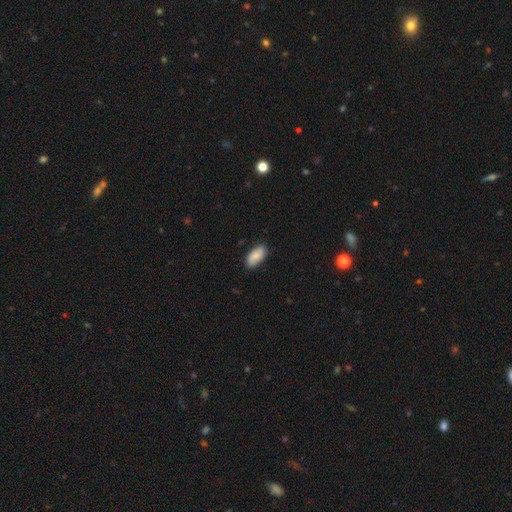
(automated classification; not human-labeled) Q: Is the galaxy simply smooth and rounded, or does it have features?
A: smooth — 84%.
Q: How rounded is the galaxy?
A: in between — 93%.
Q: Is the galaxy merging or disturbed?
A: none — 82%.